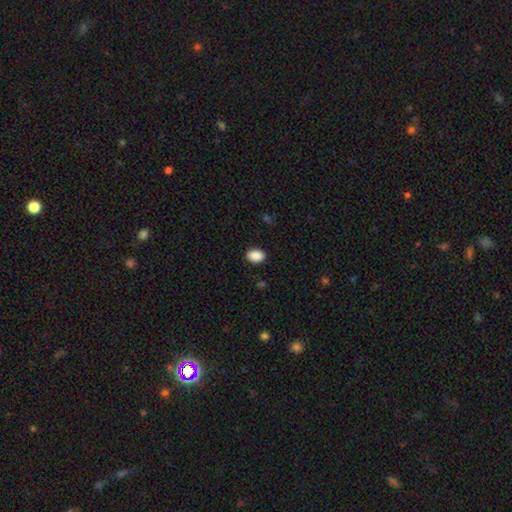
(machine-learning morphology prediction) smooth 90%, star or artifact 7%, featured or disk 2%. Down the decision tree: how rounded — in between (78%); merging — none (89%).